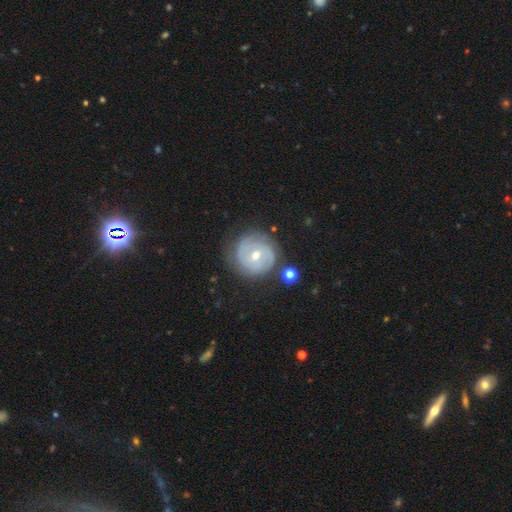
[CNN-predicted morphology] Smooth or featured?
  - featured or disk: 69% *
  - smooth: 24%
  - star or artifact: 7%
Edge-on disk?
  - no: 97% *
  - yes: 3%
Bar?
  - no: 59% *
  - weak: 32%
  - strong: 9%
Spiral arms?
  - yes: 80% *
  - no: 20%
Spiral winding?
  - tight: 64% *
  - medium: 26%
  - loose: 10%
Spiral arm count?
  - 2: 45% *
  - can't tell: 31%
  - 3: 13%
  - 1: 5%
  - 4: 4%
  - more than 4: 3%
Bulge size?
  - moderate: 52% *
  - small: 46%
  - large: 1%
  - none: 1%
  - dominant: 1%
Merging?
  - none: 74% *
  - minor disturbance: 17%
  - major disturbance: 6%
  - merger: 3%